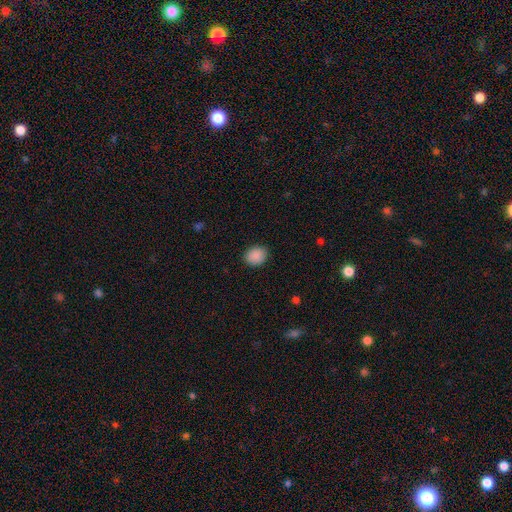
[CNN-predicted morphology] The model was most divided on "how rounded": round: 57%, in between: 42%, cigar-shaped: 1%. More confident: smooth or featured — smooth (89%); merging — none (88%).